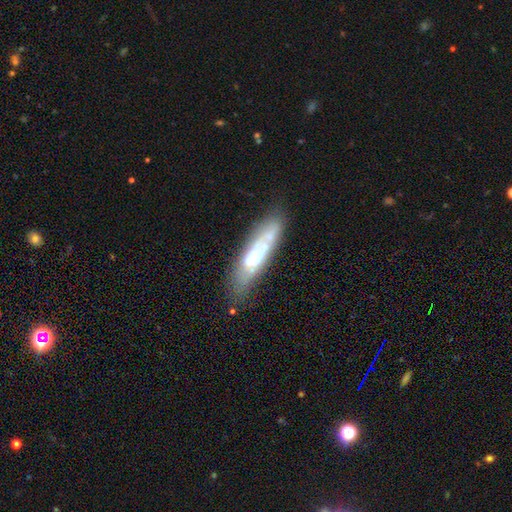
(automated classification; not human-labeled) This is possibly a featured or disk galaxy (51%). It is possibly not viewed edge-on (58%). Merging: likely none (65%).